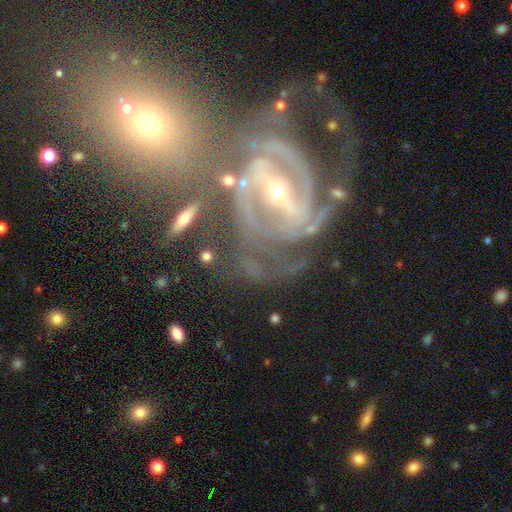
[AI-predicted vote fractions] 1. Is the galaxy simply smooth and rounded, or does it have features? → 88% featured or disk, 8% star or artifact, 4% smooth.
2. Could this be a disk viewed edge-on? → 96% no, 4% yes.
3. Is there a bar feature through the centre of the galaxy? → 59% strong, 27% weak, 14% no.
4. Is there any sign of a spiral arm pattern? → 95% yes, 5% no.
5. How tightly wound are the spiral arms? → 50% tight, 39% medium, 10% loose.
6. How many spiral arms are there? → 41% 2, 20% 3, 19% can't tell, 8% 4, 6% more than 4, 6% 1.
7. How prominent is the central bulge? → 64% small, 32% moderate, 2% large, 1% none, 1% dominant.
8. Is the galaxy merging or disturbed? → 43% none, 21% major disturbance, 20% merger, 17% minor disturbance.